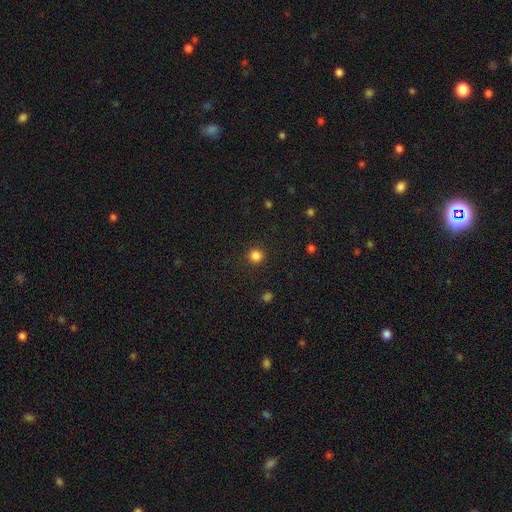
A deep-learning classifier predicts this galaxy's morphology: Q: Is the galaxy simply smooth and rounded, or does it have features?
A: smooth — 84%.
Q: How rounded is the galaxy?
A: round — 93%.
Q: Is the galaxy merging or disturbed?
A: none — 90%.